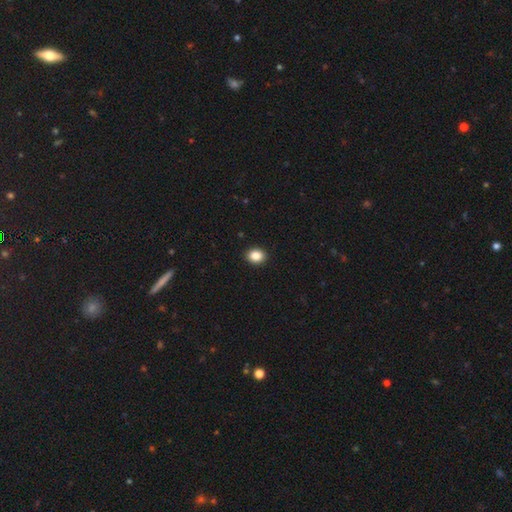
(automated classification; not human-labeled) Smooth or featured? Predicted: smooth (p=0.86). How rounded? Predicted: round (p=0.53). Merging? Predicted: none (p=0.92).